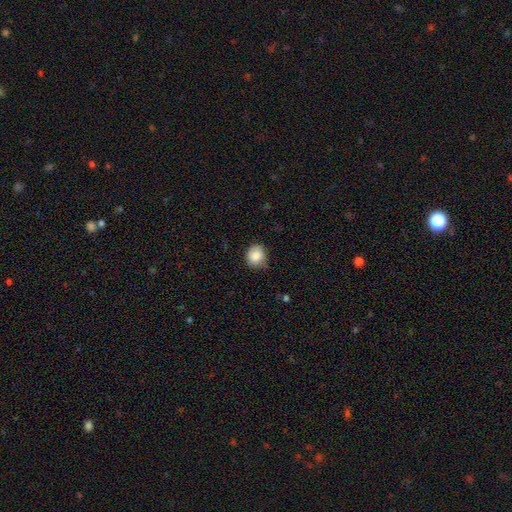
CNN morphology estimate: smooth 84%, star or artifact 8%, featured or disk 7%. Down the decision tree: how rounded — round (74%); merging — none (72%).